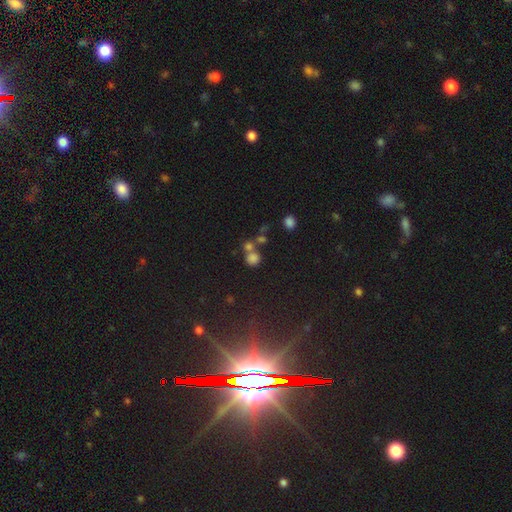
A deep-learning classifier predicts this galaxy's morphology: type=star or artifact (77%).